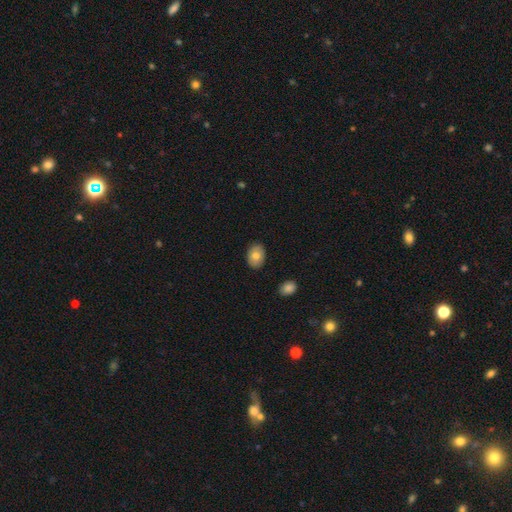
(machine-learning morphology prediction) The model was most divided on "how rounded": in between: 78%, round: 21%, cigar-shaped: 1%. More confident: merging — none (87%); smooth or featured — smooth (79%).